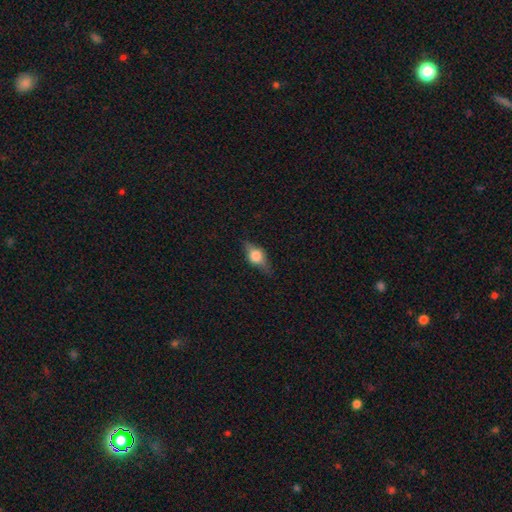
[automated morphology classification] Smooth or featured? smooth (47%)
Merging? none (75%)